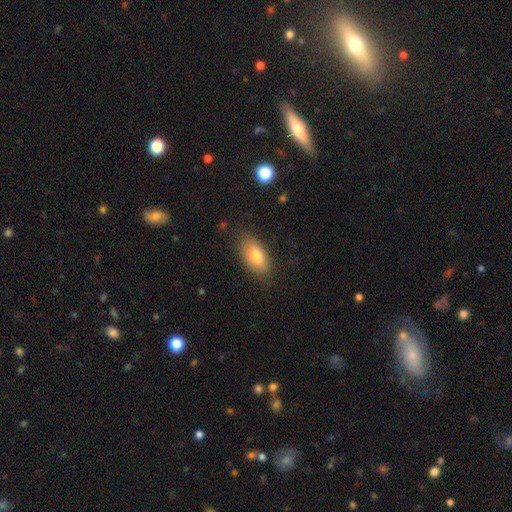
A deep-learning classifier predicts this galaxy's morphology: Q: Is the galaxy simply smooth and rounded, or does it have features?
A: smooth — 76%.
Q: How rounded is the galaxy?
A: in between — 88%.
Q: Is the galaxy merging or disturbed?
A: none — 82%.